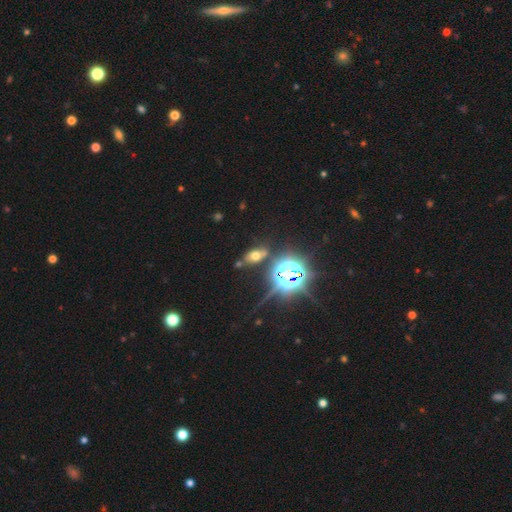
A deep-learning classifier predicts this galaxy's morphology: The model was most divided on "smooth or featured": smooth: 43%, star or artifact: 41%, featured or disk: 16%. More confident: merging — none (74%).